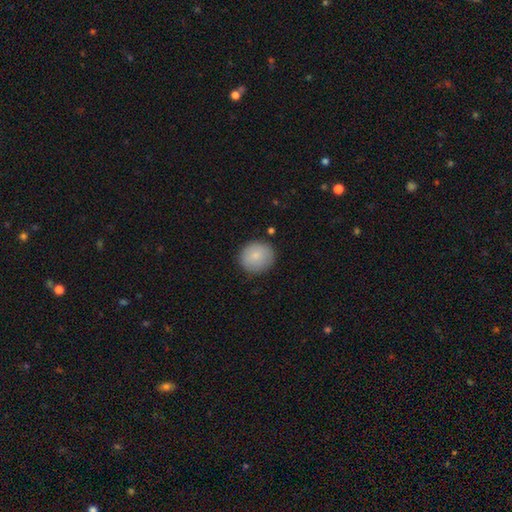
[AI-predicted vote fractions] This is clearly a smooth galaxy (84%). How rounded: clearly round (87%). Merging: clearly none (85%).